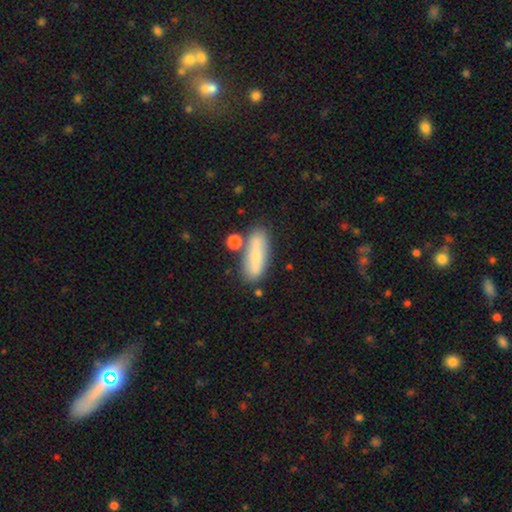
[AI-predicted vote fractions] Q: Smooth or featured?
A: smooth (69%); runner-up: featured or disk (24%)
Q: How rounded?
A: in between (53%); runner-up: cigar-shaped (45%)
Q: Merging?
A: none (73%); runner-up: minor disturbance (13%)